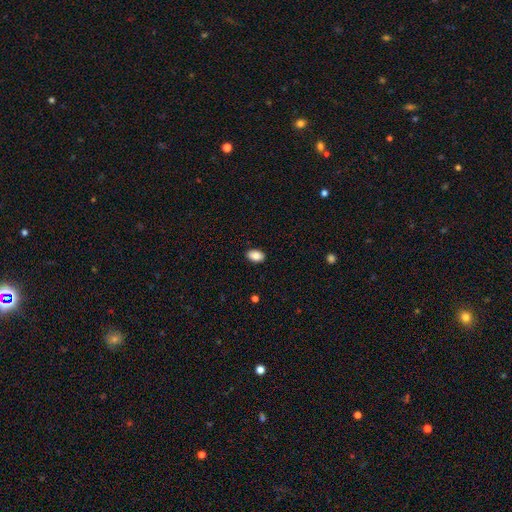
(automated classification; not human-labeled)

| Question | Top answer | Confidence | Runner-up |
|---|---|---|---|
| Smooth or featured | smooth | 88% | star or artifact (8%) |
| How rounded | in between | 90% | round (9%) |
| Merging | none | 89% | minor disturbance (8%) |